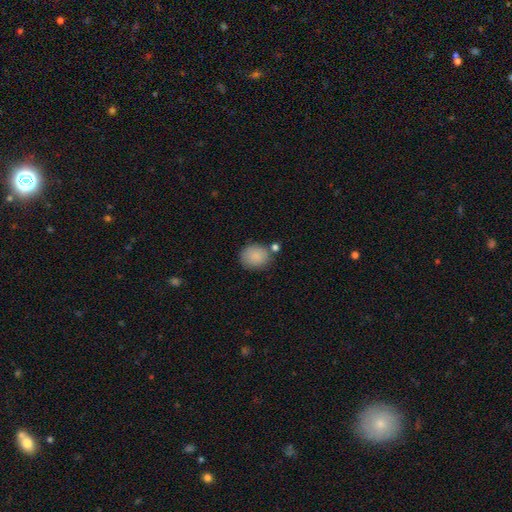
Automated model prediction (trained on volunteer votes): Smooth or featured? Predicted: smooth (p=0.87). How rounded? Predicted: round (p=0.64). Merging? Predicted: none (p=0.71).